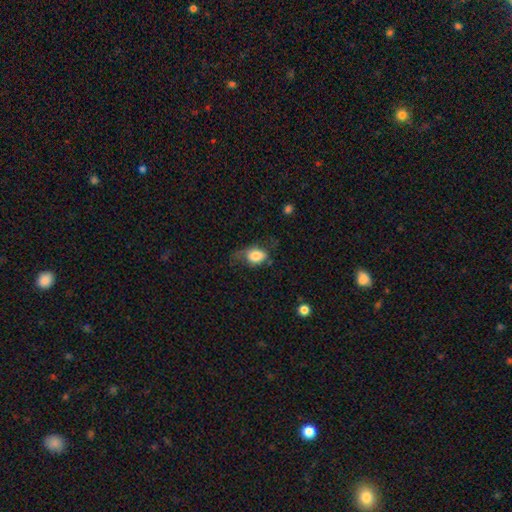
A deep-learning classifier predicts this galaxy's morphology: A smooth galaxy with no disk features (80%) that is in between round and cigar-shaped (74%).

Vote fractions:
- Smooth or featured? smooth: 80% / featured or disk: 12% / star or artifact: 8%
- How rounded? in between: 74% / round: 24% / cigar-shaped: 2%
- Merging? none: 38% / minor disturbance: 35% / major disturbance: 24% / merger: 3%